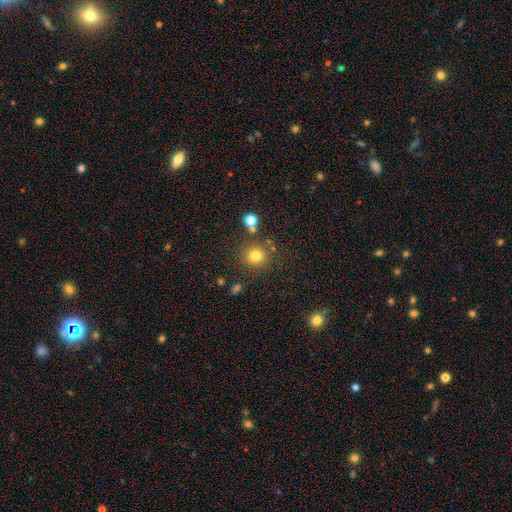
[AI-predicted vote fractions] Smooth or featured? Predicted: smooth (p=0.78). How rounded? Predicted: round (p=0.90). Merging? Predicted: none (p=0.80).